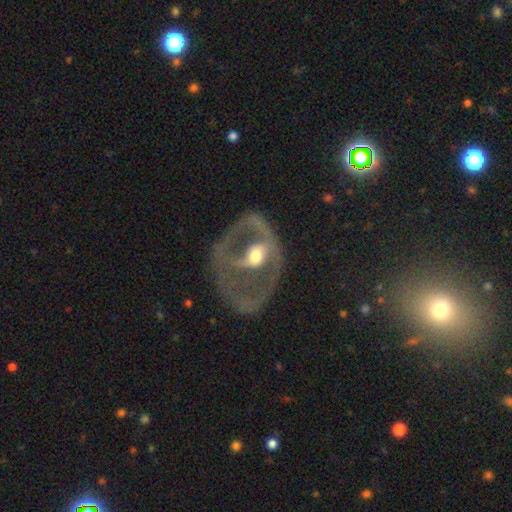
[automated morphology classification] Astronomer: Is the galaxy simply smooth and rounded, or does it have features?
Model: featured or disk — 79%.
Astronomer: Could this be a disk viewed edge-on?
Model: no — 94%.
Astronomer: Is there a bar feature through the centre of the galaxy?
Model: strong — 36% (runner-up: no, 33%).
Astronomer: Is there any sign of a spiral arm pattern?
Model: no — 52% (runner-up: yes, 48%).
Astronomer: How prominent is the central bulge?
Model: moderate — 71%.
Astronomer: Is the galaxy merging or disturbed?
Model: none — 55%.